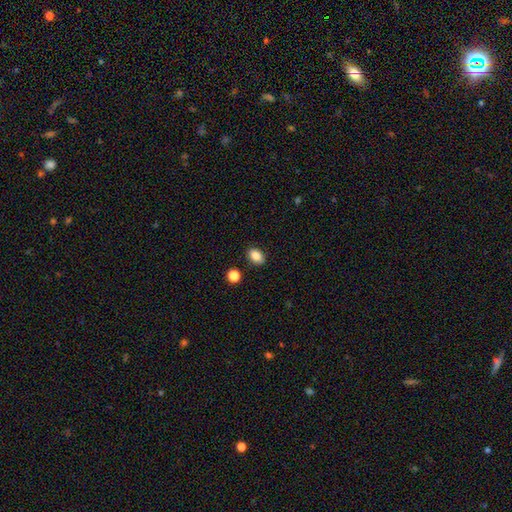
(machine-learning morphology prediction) The model was most divided on "how rounded": in between: 81%, round: 18%, cigar-shaped: 1%. More confident: smooth or featured — smooth (86%); merging — none (86%).